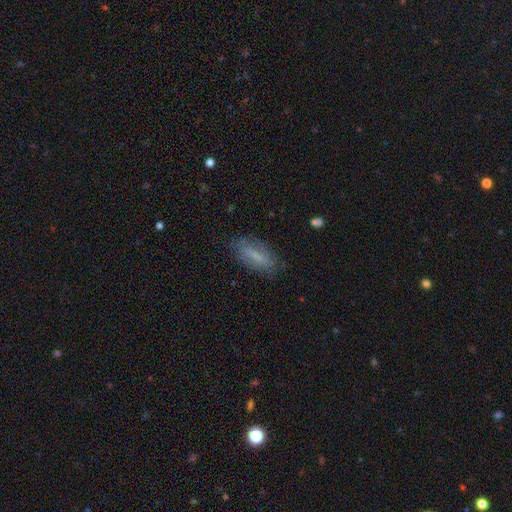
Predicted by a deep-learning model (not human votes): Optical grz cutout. It shows a smooth galaxy with no disk features (56%) that is in between round and cigar-shaped (67%). Merging: none (78%).